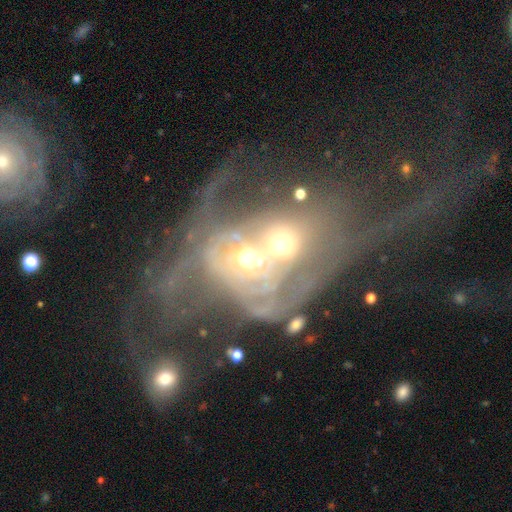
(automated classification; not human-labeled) Smooth or featured? featured or disk (68%)
Edge-on disk? no (95%)
Bar? no (79%)
Spiral arms? no (52%)
Bulge size? moderate (59%)
Merging? merger (78%)